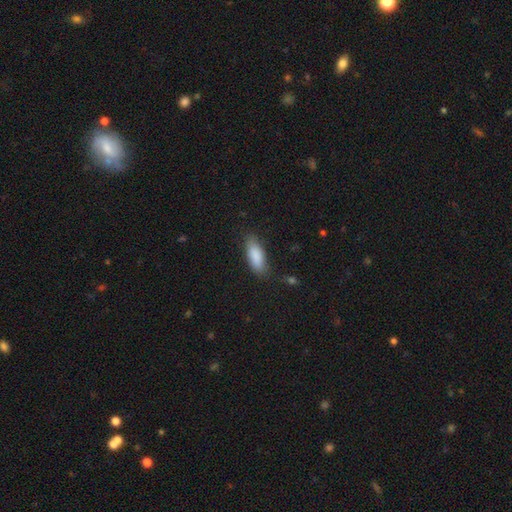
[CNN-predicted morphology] Q: Smooth or featured?
A: smooth (87%); runner-up: featured or disk (7%)
Q: How rounded?
A: in between (73%); runner-up: cigar-shaped (25%)
Q: Merging?
A: none (78%); runner-up: minor disturbance (16%)